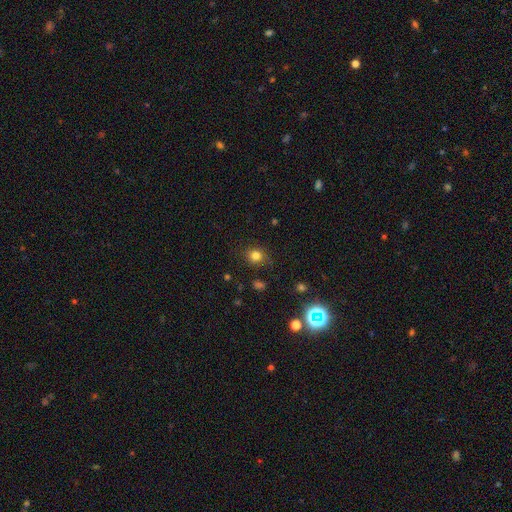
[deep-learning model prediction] smooth_or_featured: smooth (p=0.79) [alt: star or artifact p=0.15]
how_rounded: round (p=0.80) [alt: in between p=0.19]
merging: none (p=0.80) [alt: minor disturbance p=0.14]